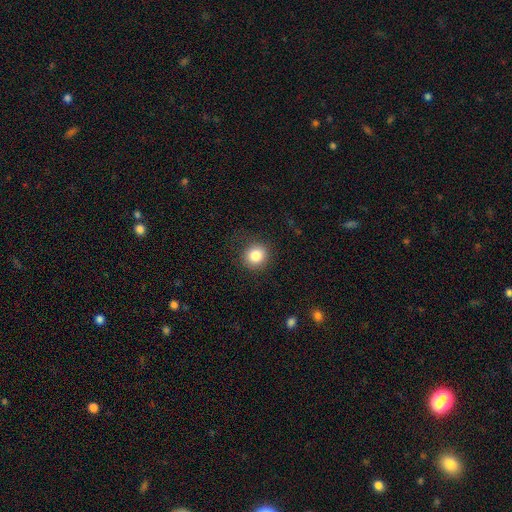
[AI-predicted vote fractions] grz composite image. It shows a smooth galaxy with no disk features (84%) that is round (87%). Merging: none (86%).